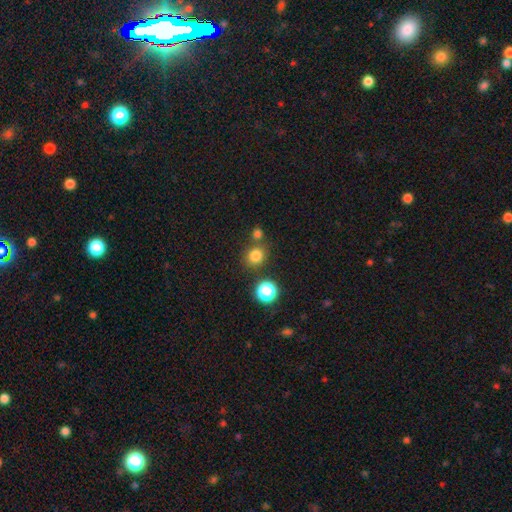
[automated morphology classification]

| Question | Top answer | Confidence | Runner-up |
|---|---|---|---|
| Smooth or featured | smooth | 78% | star or artifact (16%) |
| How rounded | round | 80% | in between (19%) |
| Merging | none | 73% | merger (14%) |